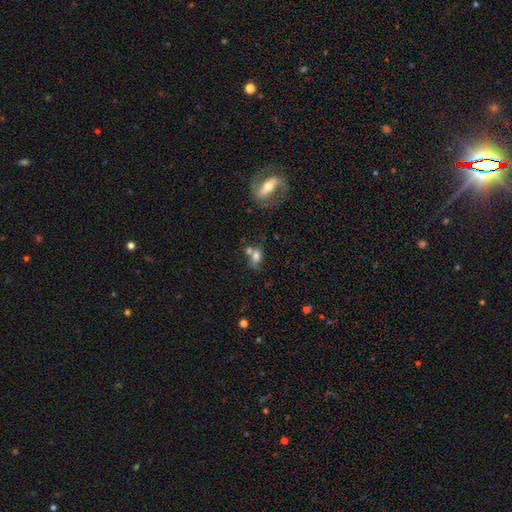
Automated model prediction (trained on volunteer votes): smooth 70%, featured or disk 18%, star or artifact 12%. Down the decision tree: how rounded — in between (72%); merging — merger (43%).